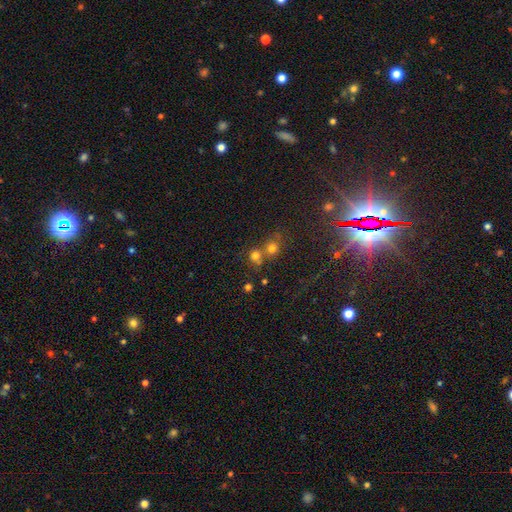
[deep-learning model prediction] smooth_or_featured: smooth (p=0.69) [alt: star or artifact p=0.21]
how_rounded: round (p=0.86) [alt: in between p=0.13]
merging: none (p=0.47) [alt: merger p=0.43]